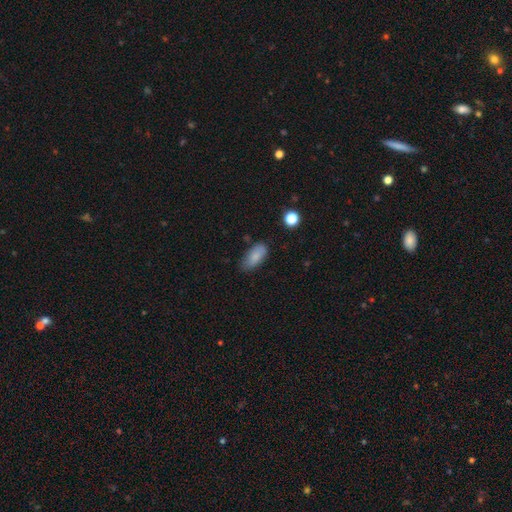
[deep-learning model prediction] Smooth or featured?
  - smooth: 85% *
  - star or artifact: 8%
  - featured or disk: 7%
How rounded?
  - in between: 87% *
  - cigar-shaped: 10%
  - round: 3%
Merging?
  - none: 72% *
  - minor disturbance: 21%
  - major disturbance: 4%
  - merger: 2%